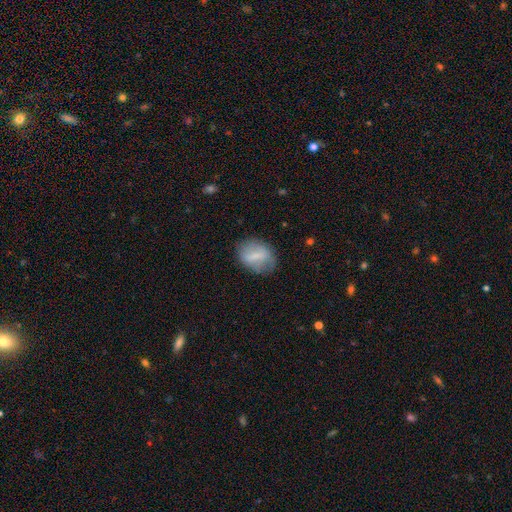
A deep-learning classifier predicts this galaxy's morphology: smooth-or-featured: smooth: 56% | featured or disk: 36% | star or artifact: 8%
  how-rounded: in between: 71% | round: 26% | cigar-shaped: 3%
  merging: none: 72% | minor disturbance: 19% | major disturbance: 7% | merger: 2%